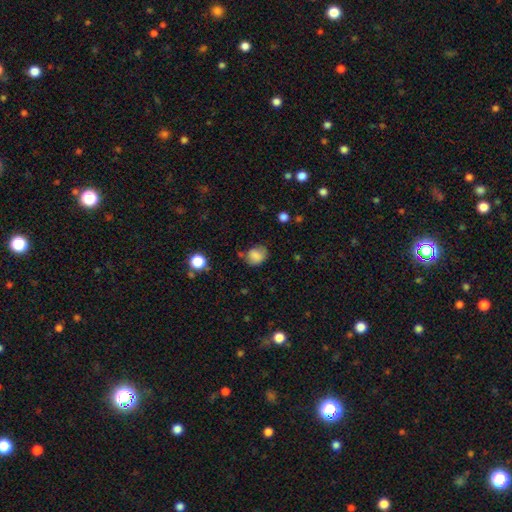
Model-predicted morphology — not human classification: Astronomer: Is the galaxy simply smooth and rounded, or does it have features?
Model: smooth — 82%.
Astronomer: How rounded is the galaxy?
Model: round — 65%.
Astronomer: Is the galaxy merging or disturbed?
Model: none — 59%.